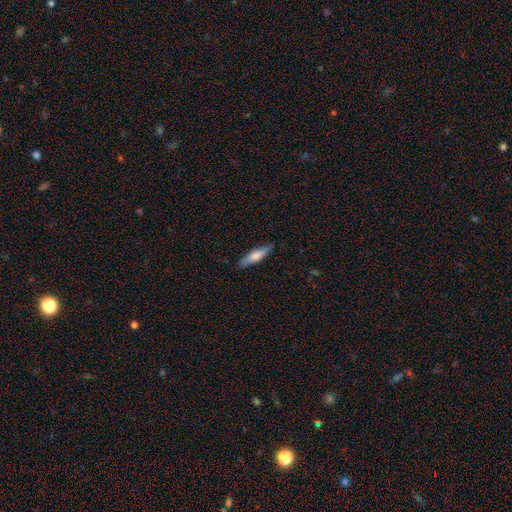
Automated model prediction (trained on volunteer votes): Smooth or featured: smooth — 69% (featured or disk — 25%)
How rounded: cigar-shaped — 78% (in between — 20%)
Merging: none — 87% (minor disturbance — 10%)